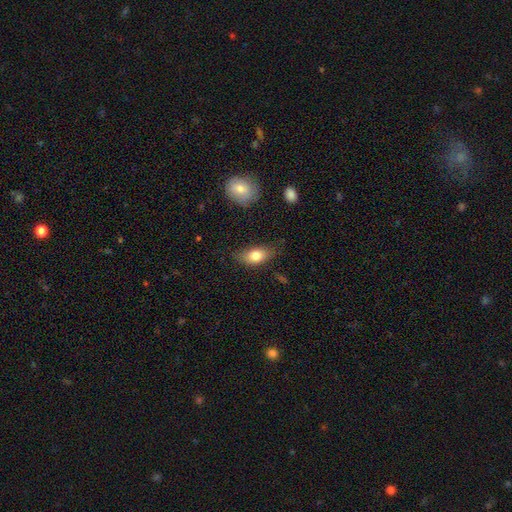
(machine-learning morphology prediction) Smooth or featured: smooth — 77% (featured or disk — 15%)
How rounded: in between — 85% (round — 8%)
Merging: none — 72% (minor disturbance — 21%)